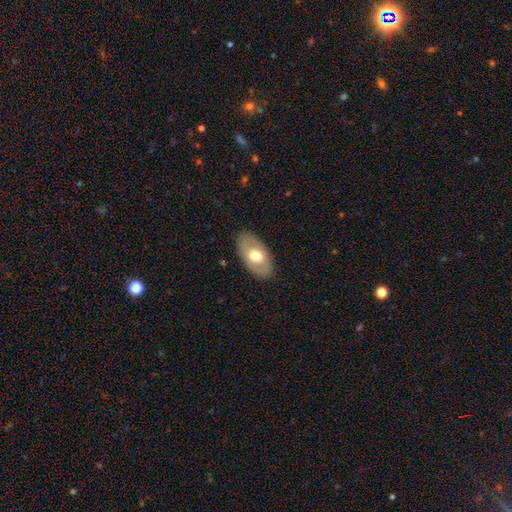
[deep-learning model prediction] This is possibly a smooth galaxy (59%). How rounded: clearly in between (93%). Merging: clearly none (84%).